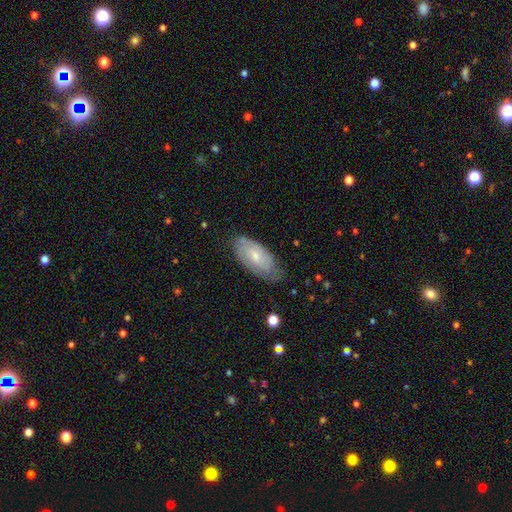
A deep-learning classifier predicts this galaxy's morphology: Overall: featured or disk (48%; smooth 46%). Merging: none (66%; minor disturbance 27%).